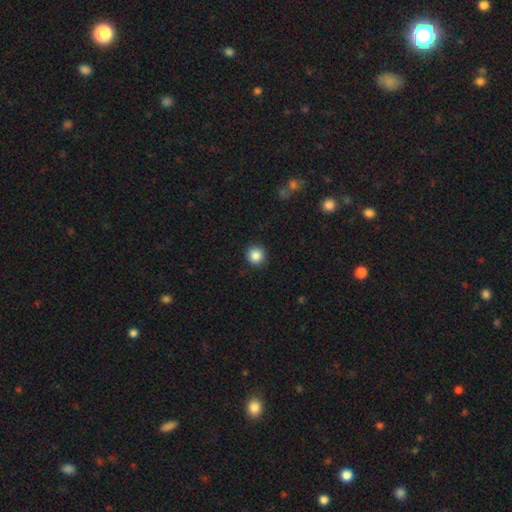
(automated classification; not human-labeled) A smooth galaxy with no disk features (86%) that is round (95%). Merging: none (92%).